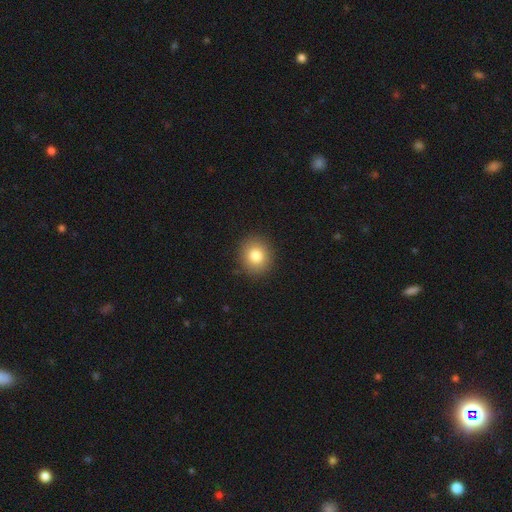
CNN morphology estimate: A smooth galaxy with no disk features (82%) that is round (80%).

Vote fractions:
- Smooth or featured? smooth: 82% / star or artifact: 10% / featured or disk: 8%
- How rounded? round: 80% / in between: 19% / cigar-shaped: 1%
- Merging? none: 91% / minor disturbance: 6% / major disturbance: 2% / merger: 1%